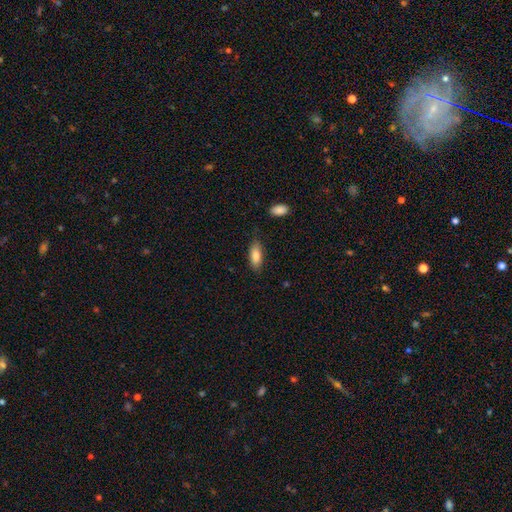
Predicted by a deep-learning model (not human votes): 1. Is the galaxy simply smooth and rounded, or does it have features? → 85% smooth, 9% featured or disk, 6% star or artifact.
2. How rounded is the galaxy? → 77% in between, 21% cigar-shaped, 2% round.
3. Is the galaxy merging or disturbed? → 79% none, 16% minor disturbance, 3% major disturbance, 2% merger.